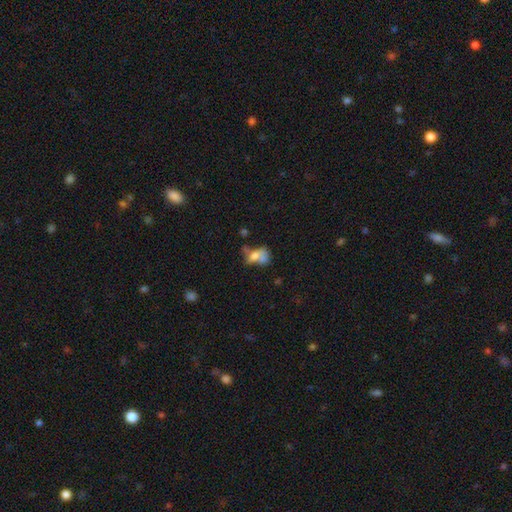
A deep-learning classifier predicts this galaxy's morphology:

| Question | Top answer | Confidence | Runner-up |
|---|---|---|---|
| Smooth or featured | smooth | 59% | featured or disk (28%) |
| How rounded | in between | 76% | round (20%) |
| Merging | merger | 34% | major disturbance (26%) |